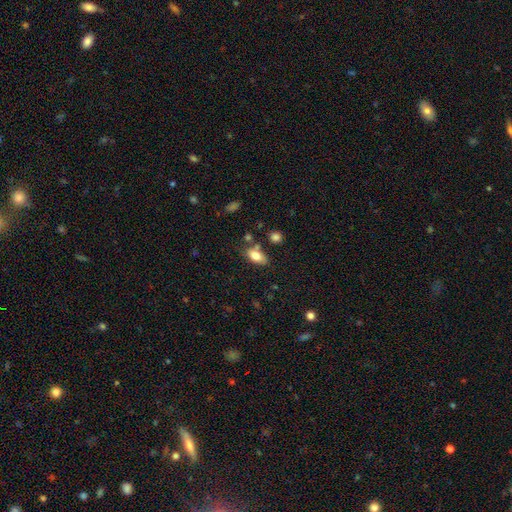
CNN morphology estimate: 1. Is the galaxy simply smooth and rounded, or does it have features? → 78% smooth, 14% featured or disk, 8% star or artifact.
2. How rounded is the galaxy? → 87% in between, 8% cigar-shaped, 5% round.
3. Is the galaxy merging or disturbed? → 63% none, 20% minor disturbance, 12% merger, 5% major disturbance.